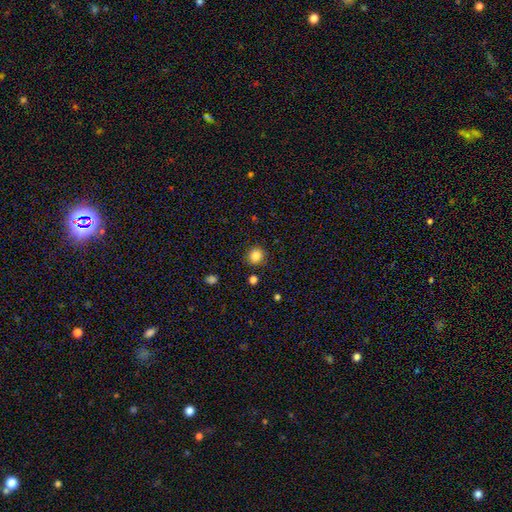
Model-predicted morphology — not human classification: smooth 84%, star or artifact 12%, featured or disk 4%. Down the decision tree: how rounded — round (86%); merging — none (86%).